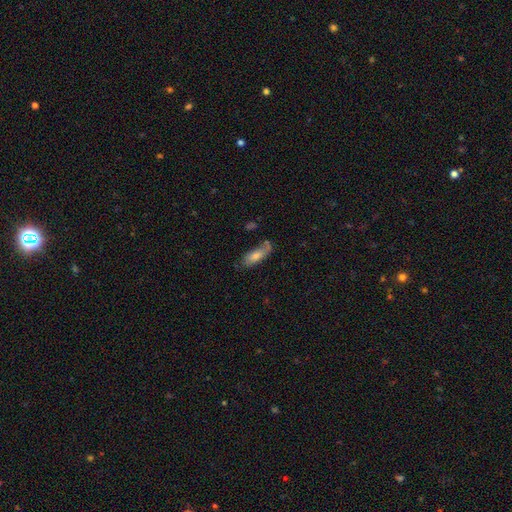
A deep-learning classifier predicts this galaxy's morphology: This is possibly a smooth galaxy (57%). How rounded: possibly in between (58%). Merging: likely none (62%).